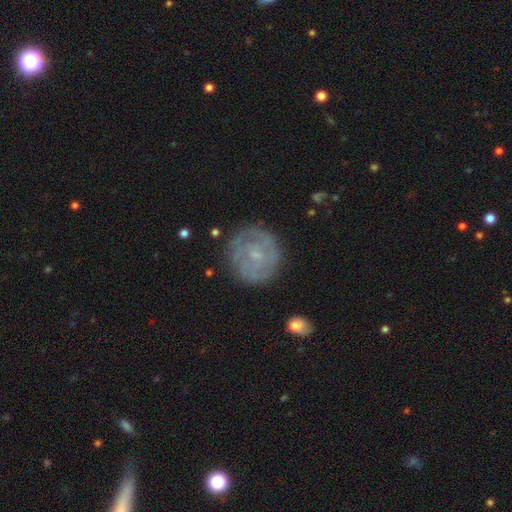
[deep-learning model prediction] A featured or disk galaxy (64%) with no bar (68%), spiral arms (71%) and a small central bulge (69%).

Vote fractions:
- Smooth or featured? featured or disk: 64% / smooth: 29% / star or artifact: 8%
- Edge-on disk? no: 97% / yes: 3%
- Bar? no: 68% / weak: 27% / strong: 5%
- Spiral arms? yes: 71% / no: 29%
- Bulge size? small: 69% / moderate: 19% / none: 10% / large: 1% / dominant: 1%
- Merging? none: 78% / minor disturbance: 15% / major disturbance: 6% / merger: 2%